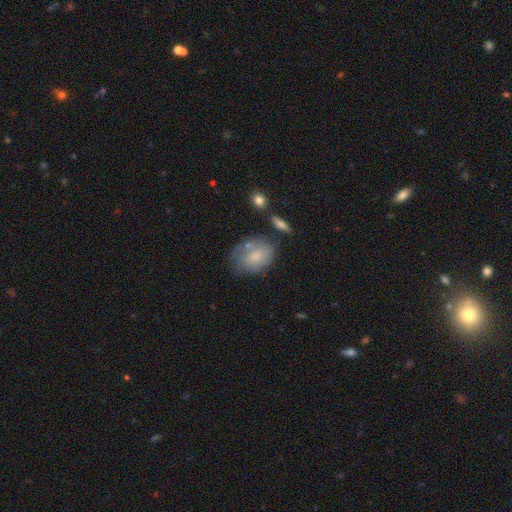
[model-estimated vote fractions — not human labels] Morphology: type=smooth (69%); roundness=in between (68%); merging=none (51%).